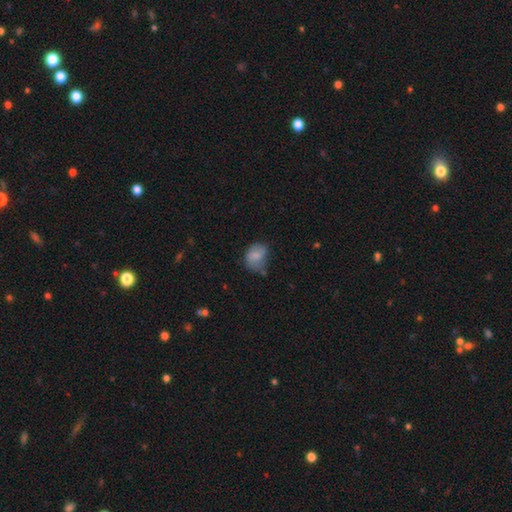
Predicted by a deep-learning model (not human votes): The model was most divided on "how rounded": in between: 56%, round: 43%, cigar-shaped: 1%. More confident: smooth or featured — smooth (77%); merging — none (51%).